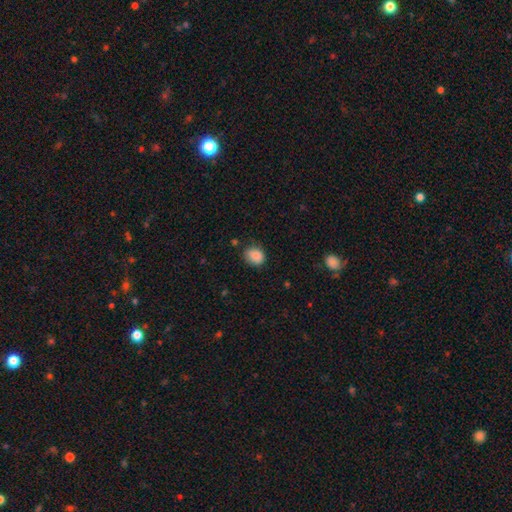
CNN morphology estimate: This appears to be a smooth galaxy with no disk features (87%) that is round (52%). Merging: none (71%).